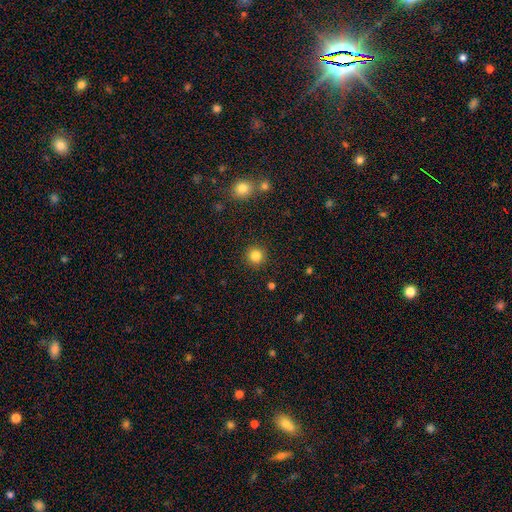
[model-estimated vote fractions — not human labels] This is clearly a smooth galaxy (84%). How rounded: clearly round (94%). Merging: clearly none (92%).